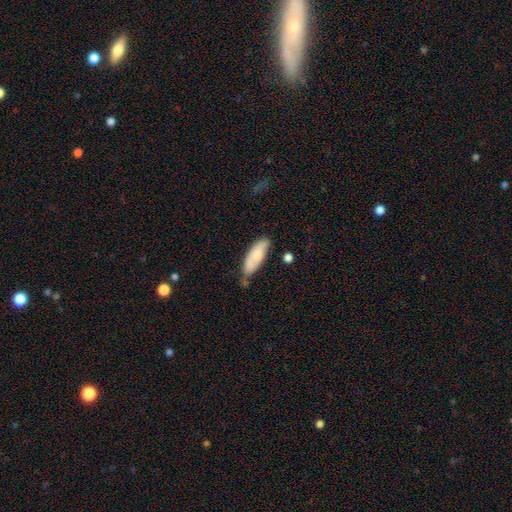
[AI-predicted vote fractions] smooth 76%, featured or disk 18%, star or artifact 6%. Down the decision tree: how rounded — in between (61%); merging — none (59%).